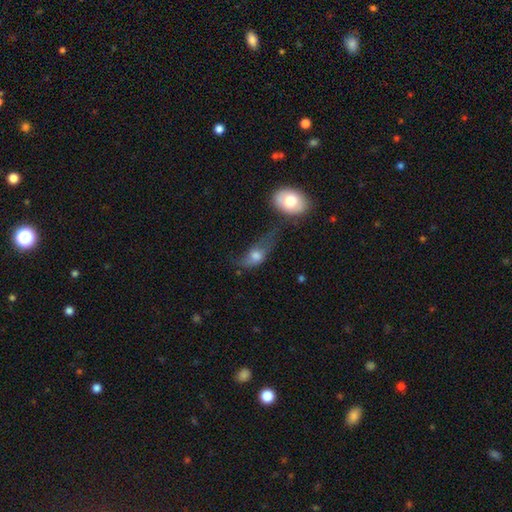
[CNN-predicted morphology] Smooth or featured?
  - smooth: 61% *
  - featured or disk: 29%
  - star or artifact: 10%
How rounded?
  - in between: 74% *
  - round: 18%
  - cigar-shaped: 9%
Merging?
  - major disturbance: 36% *
  - none: 25%
  - minor disturbance: 21%
  - merger: 17%